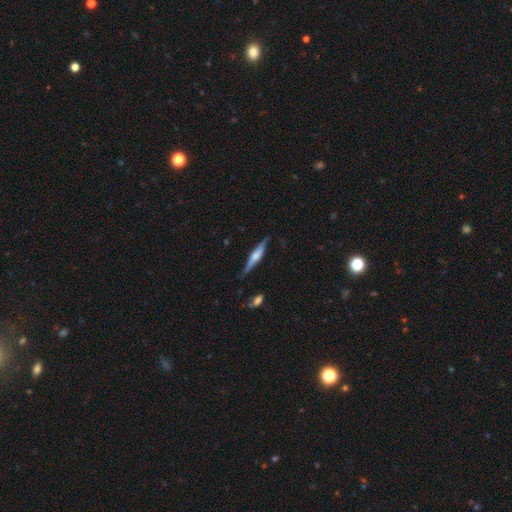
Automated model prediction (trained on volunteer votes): A featured or disk galaxy (64%) viewed edge-on (95%) with a rounded central bulge (77%). Merging: none (79%).